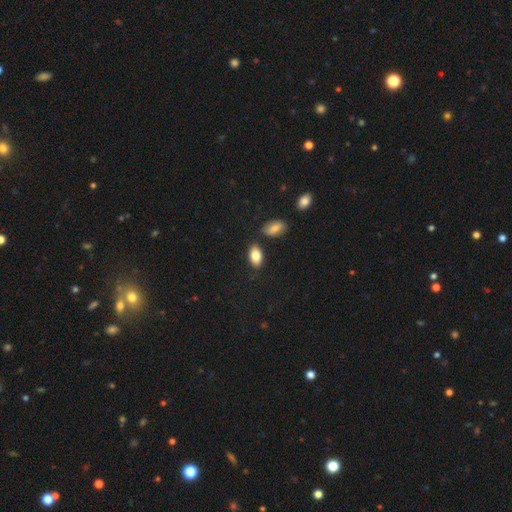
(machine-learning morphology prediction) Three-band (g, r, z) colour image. It shows a smooth galaxy with no disk features (83%) that is in between round and cigar-shaped (92%). Merging: none (80%).